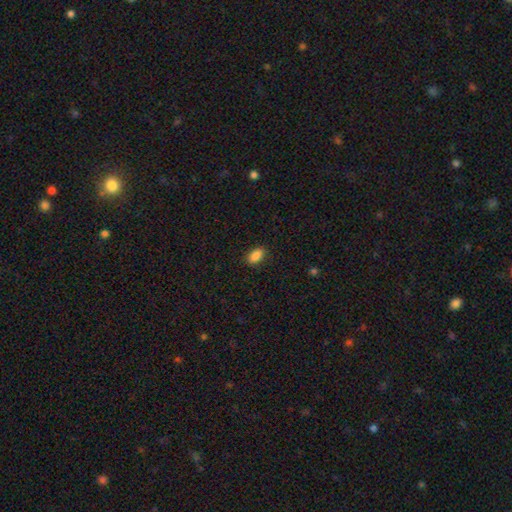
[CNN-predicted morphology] smooth_or_featured: smooth (p=0.87) [alt: star or artifact p=0.09]
how_rounded: in between (p=0.90) [alt: round p=0.06]
merging: none (p=0.85) [alt: minor disturbance p=0.11]